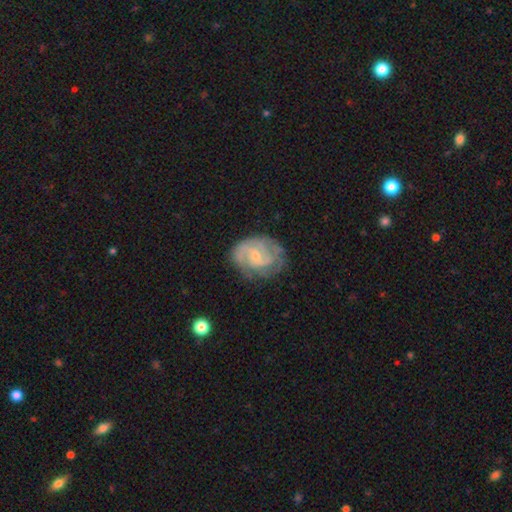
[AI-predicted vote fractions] A featured or disk galaxy (81%) with no bar (51%), 2 (45%) tight (46%) spiral arms (92%) and a small central bulge (67%).

Vote fractions:
- Smooth or featured? featured or disk: 81% / smooth: 14% / star or artifact: 6%
- Edge-on disk? no: 98% / yes: 2%
- Bar? no: 51% / weak: 42% / strong: 7%
- Spiral arms? yes: 92% / no: 8%
- Spiral winding? tight: 46% / medium: 41% / loose: 13%
- Spiral arm count? 2: 45% / can't tell: 26% / 3: 16% / 1: 5% / 4: 4% / more than 4: 3%
- Bulge size? small: 67% / moderate: 27% / none: 4% / large: 1% / dominant: 1%
- Merging? none: 64% / minor disturbance: 23% / major disturbance: 11% / merger: 2%